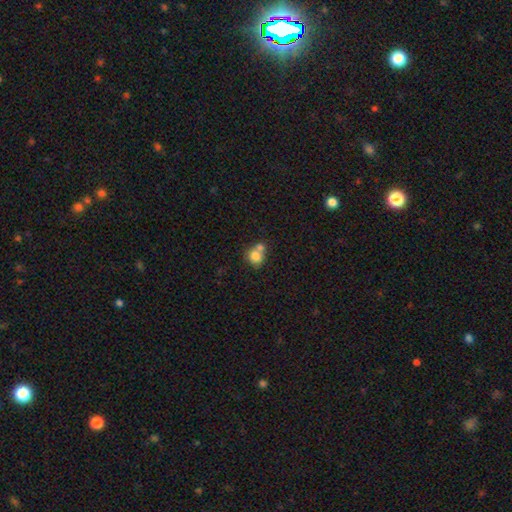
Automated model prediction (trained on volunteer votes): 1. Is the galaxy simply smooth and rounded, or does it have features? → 78% smooth, 12% featured or disk, 10% star or artifact.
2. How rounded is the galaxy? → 73% round, 26% in between, 1% cigar-shaped.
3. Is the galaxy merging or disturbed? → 53% merger, 35% none, 9% minor disturbance, 3% major disturbance.